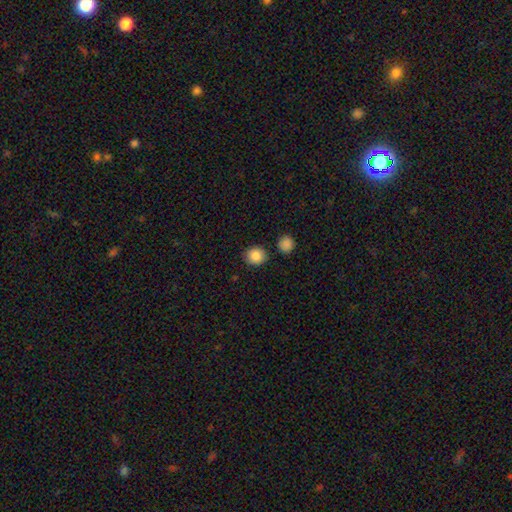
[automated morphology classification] A smooth galaxy with no disk features (88%) that is round (83%).

Vote fractions:
- Smooth or featured? smooth: 88% / star or artifact: 9% / featured or disk: 4%
- How rounded? round: 83% / in between: 16% / cigar-shaped: 1%
- Merging? none: 86% / minor disturbance: 7% / merger: 4% / major disturbance: 2%